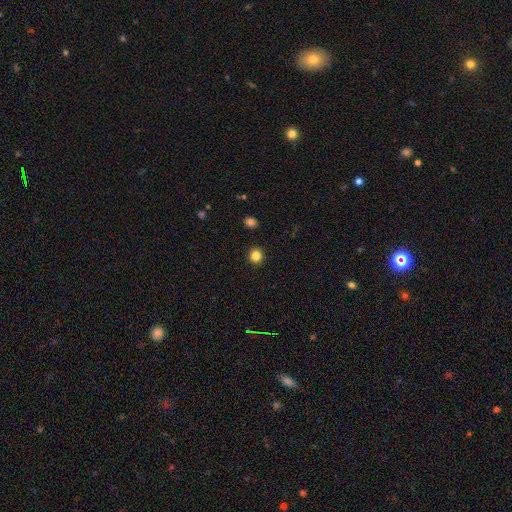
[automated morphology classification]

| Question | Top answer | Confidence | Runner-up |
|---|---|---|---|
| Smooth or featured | smooth | 84% | star or artifact (12%) |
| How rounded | round | 90% | in between (9%) |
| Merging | none | 92% | minor disturbance (5%) |